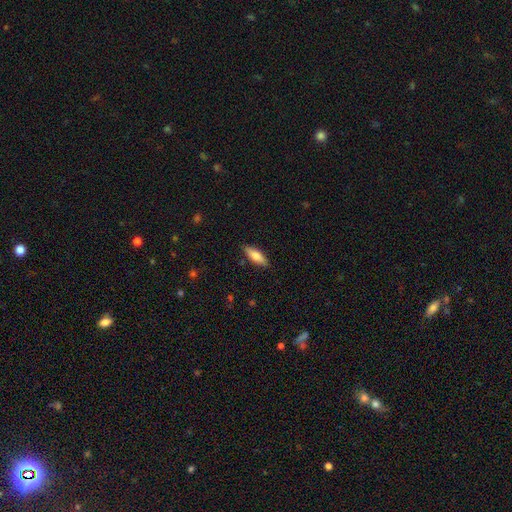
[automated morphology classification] smooth_or_featured: smooth (p=0.75) [alt: featured or disk p=0.19]
how_rounded: in between (p=0.57) [alt: cigar-shaped p=0.41]
merging: none (p=0.87) [alt: minor disturbance p=0.10]